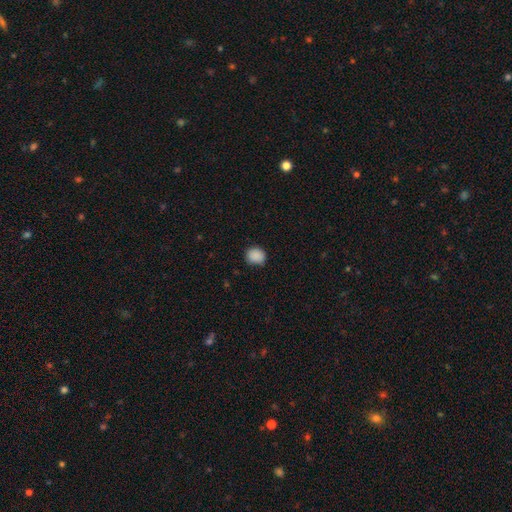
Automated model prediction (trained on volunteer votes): Smooth or featured? Predicted: smooth (p=0.88). How rounded? Predicted: round (p=0.74). Merging? Predicted: none (p=0.81).